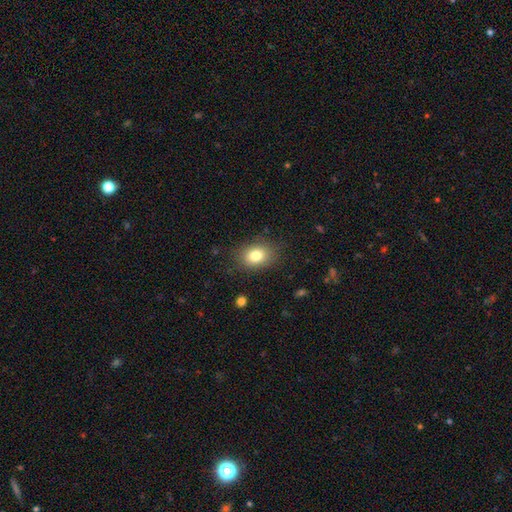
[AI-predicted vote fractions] This is clearly a smooth galaxy (80%). How rounded: likely in between (61%). Merging: clearly none (84%).